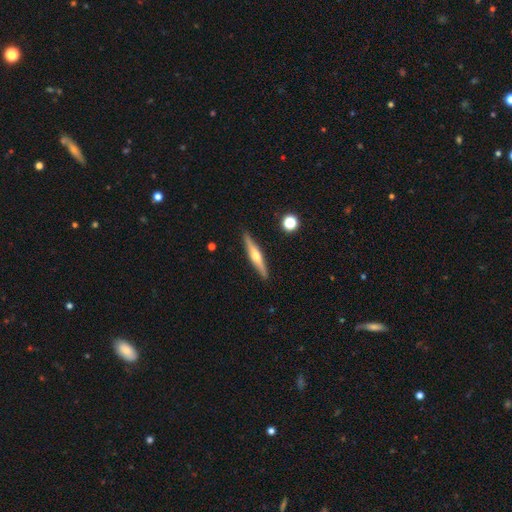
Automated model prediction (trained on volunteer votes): This is likely a featured or disk galaxy (65%). It is clearly viewed edge-on (97%). Edge-on bulge: clearly rounded (88%). Merging: clearly none (89%).